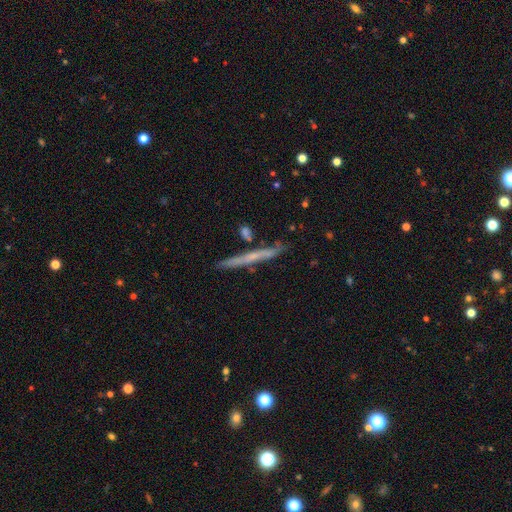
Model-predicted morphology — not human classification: type=featured or disk (55%); edge-on=yes (96%); edge-on bulge=none (79%); merging=none (86%).